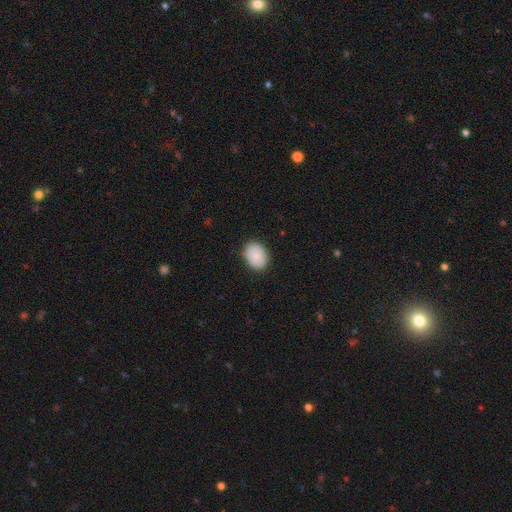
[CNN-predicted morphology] This is clearly a smooth galaxy (88%). How rounded: likely in between (68%). Merging: clearly none (88%).